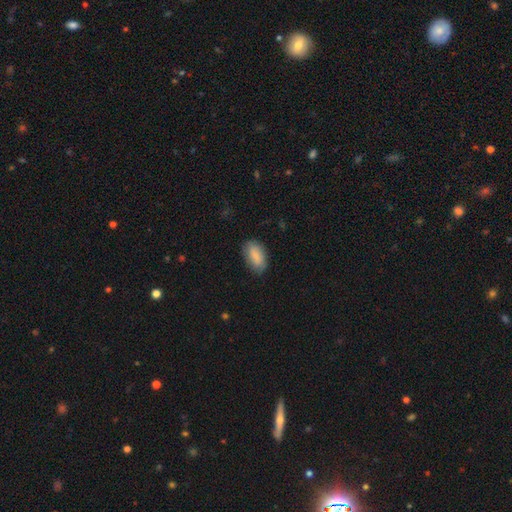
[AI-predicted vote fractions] A smooth galaxy with no disk features (83%) that is in between round and cigar-shaped (92%).

Vote fractions:
- Smooth or featured? smooth: 83% / featured or disk: 11% / star or artifact: 6%
- How rounded? in between: 92% / round: 5% / cigar-shaped: 3%
- Merging? none: 78% / minor disturbance: 17% / major disturbance: 4% / merger: 1%